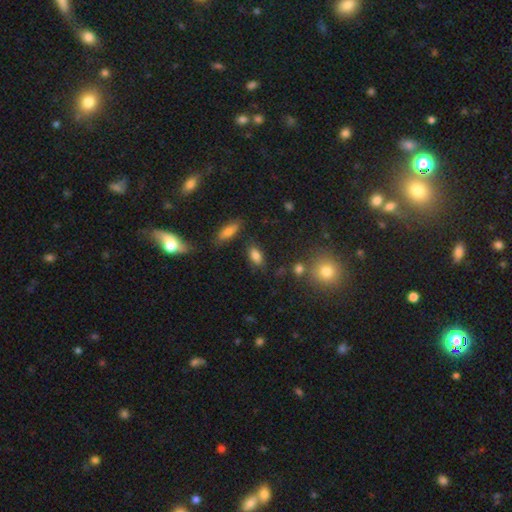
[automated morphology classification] A smooth galaxy with no disk features (78%) that is in between round and cigar-shaped (86%).

Vote fractions:
- Smooth or featured? smooth: 78% / star or artifact: 12% / featured or disk: 10%
- How rounded? in between: 86% / round: 7% / cigar-shaped: 7%
- Merging? none: 76% / minor disturbance: 14% / merger: 5% / major disturbance: 4%